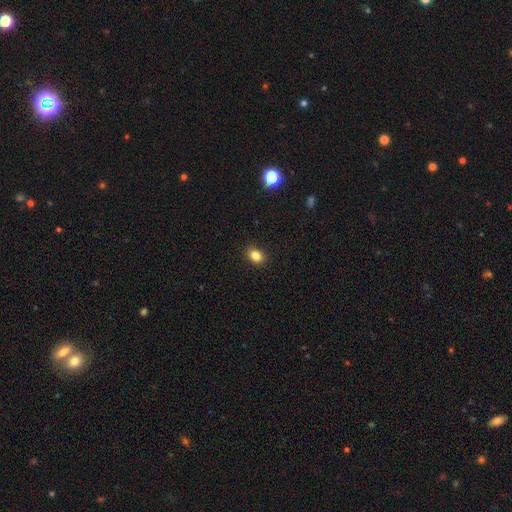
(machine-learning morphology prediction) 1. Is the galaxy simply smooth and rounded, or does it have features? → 84% smooth, 11% star or artifact, 5% featured or disk.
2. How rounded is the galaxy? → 61% in between, 38% round, 1% cigar-shaped.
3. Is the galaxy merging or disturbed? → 89% none, 8% minor disturbance, 2% major disturbance, 1% merger.